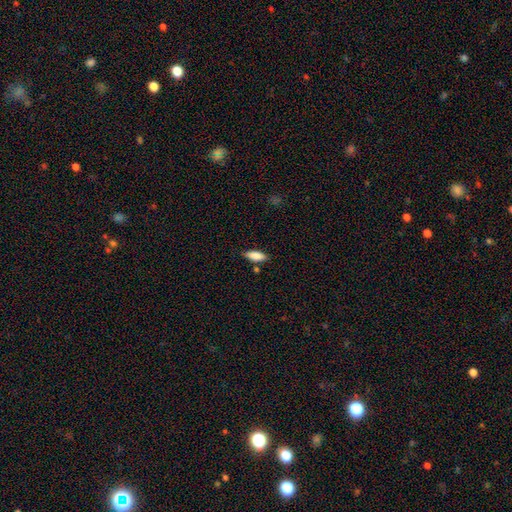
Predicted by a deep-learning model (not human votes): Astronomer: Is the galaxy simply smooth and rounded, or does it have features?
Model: smooth — 86%.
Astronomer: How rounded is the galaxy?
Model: in between — 71%.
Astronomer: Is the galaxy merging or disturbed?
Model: none — 81%.